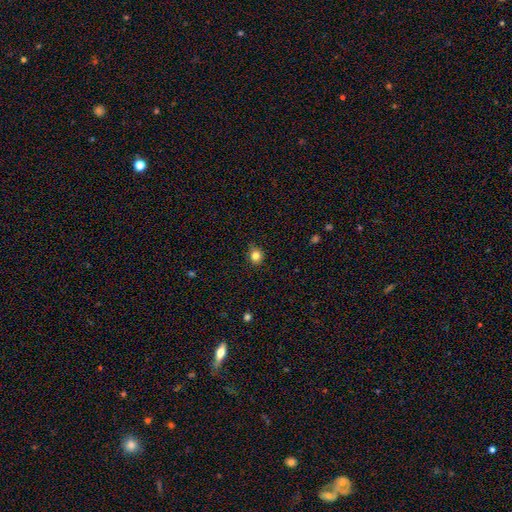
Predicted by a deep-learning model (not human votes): This is clearly a smooth galaxy (82%). How rounded: likely round (73%). Merging: clearly none (85%).